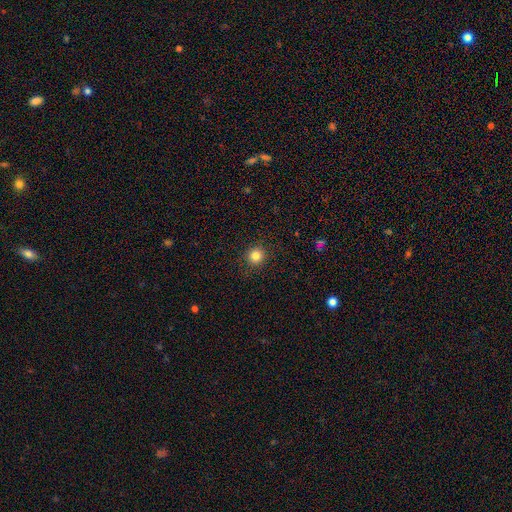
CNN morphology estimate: Smooth or featured?
  - smooth: 83% *
  - star or artifact: 12%
  - featured or disk: 5%
How rounded?
  - round: 93% *
  - in between: 6%
  - cigar-shaped: 1%
Merging?
  - none: 92% *
  - minor disturbance: 5%
  - major disturbance: 2%
  - merger: 1%